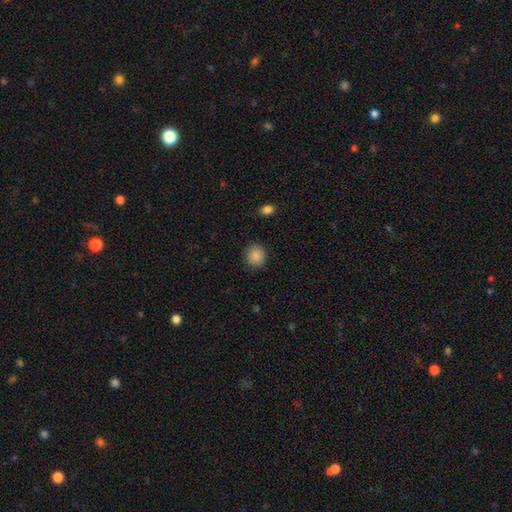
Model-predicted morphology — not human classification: The model was most divided on "how rounded": round: 79%, in between: 20%, cigar-shaped: 1%. More confident: merging — none (89%); smooth or featured — smooth (88%).